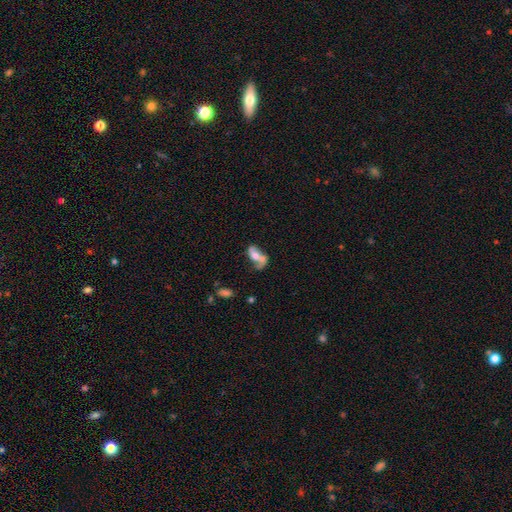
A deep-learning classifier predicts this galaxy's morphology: featured or disk 55%, smooth 37%, star or artifact 9%. Down the decision tree: edge-on disk — no (91%); merging — none (30%).